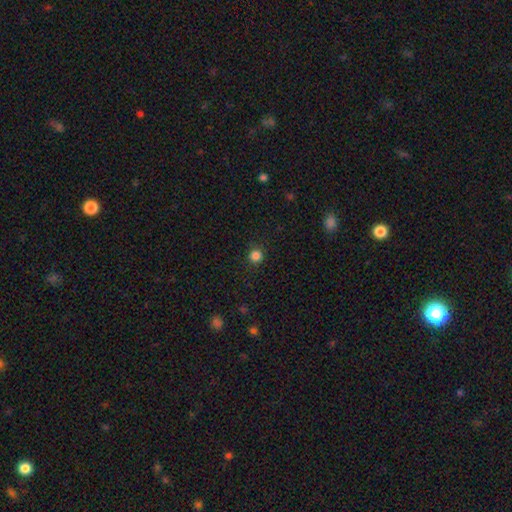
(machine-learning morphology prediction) This is clearly a smooth galaxy (84%). How rounded: clearly round (95%). Merging: clearly none (91%).